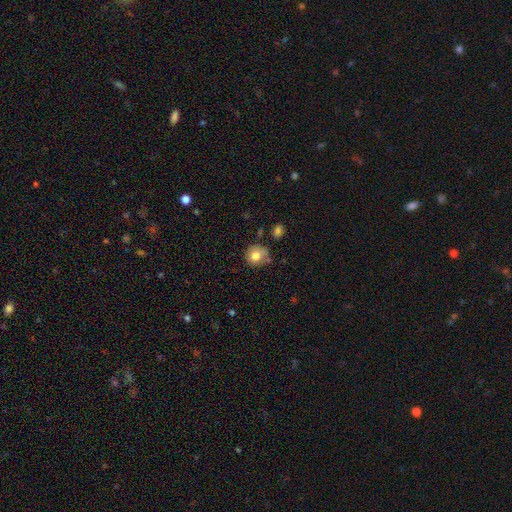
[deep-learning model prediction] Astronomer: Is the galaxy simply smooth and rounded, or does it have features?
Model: smooth — 78%.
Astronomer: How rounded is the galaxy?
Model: round — 83%.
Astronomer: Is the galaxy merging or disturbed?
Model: none — 68%.